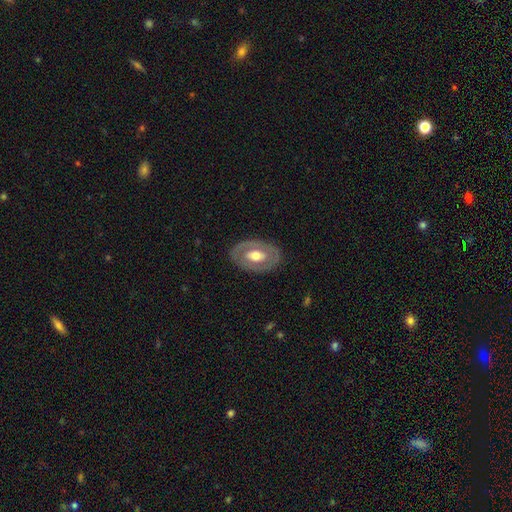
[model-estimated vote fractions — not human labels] A featured or disk galaxy (57%) with no bar (63%), no spiral arms (78%) and a moderate central bulge (65%).

Vote fractions:
- Smooth or featured? featured or disk: 57% / smooth: 38% / star or artifact: 5%
- Edge-on disk? no: 91% / yes: 9%
- Bar? no: 63% / weak: 26% / strong: 11%
- Spiral arms? no: 78% / yes: 22%
- Bulge size? moderate: 65% / large: 22% / small: 10% / dominant: 2% / none: 1%
- Merging? none: 83% / minor disturbance: 12% / major disturbance: 4% / merger: 1%